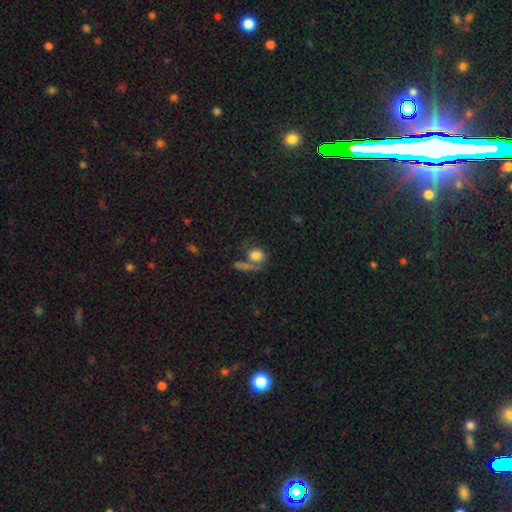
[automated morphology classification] smooth 74%, featured or disk 14%, star or artifact 12%. Down the decision tree: how rounded — in between (55%); merging — none (39%).